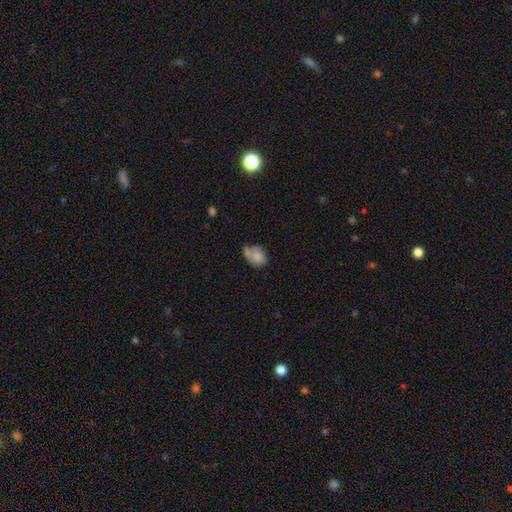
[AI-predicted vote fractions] The model was most divided on "merging": none: 38%, minor disturbance: 31%, merger: 18%, major disturbance: 12%. More confident: smooth or featured — smooth (77%); how rounded — in between (61%).